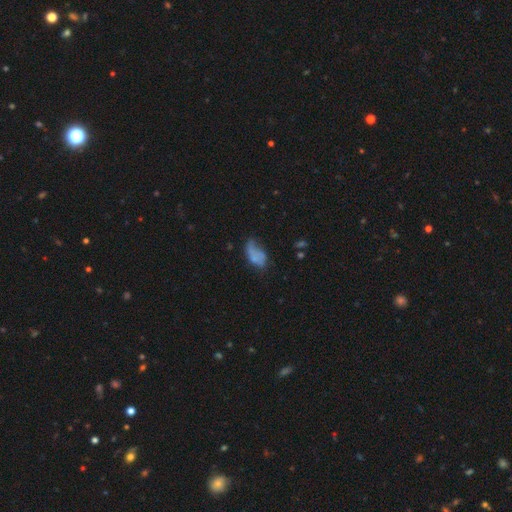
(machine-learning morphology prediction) This appears to be a smooth galaxy with no disk features (59%) that is in between round and cigar-shaped (90%). Merging: minor disturbance (30%, tied with major disturbance).